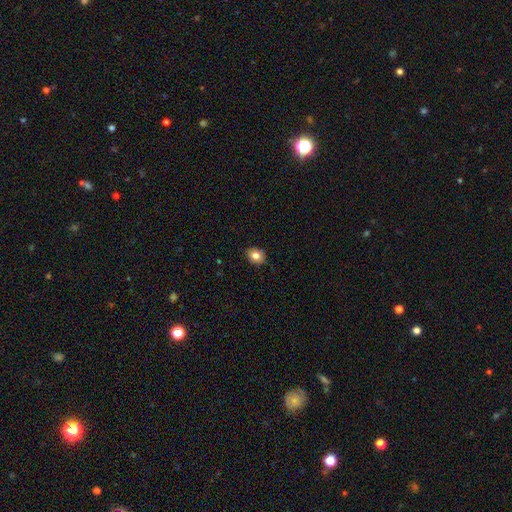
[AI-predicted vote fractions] The model was most divided on "how rounded": round: 57%, in between: 42%, cigar-shaped: 1%. More confident: merging — none (87%); smooth or featured — smooth (81%).